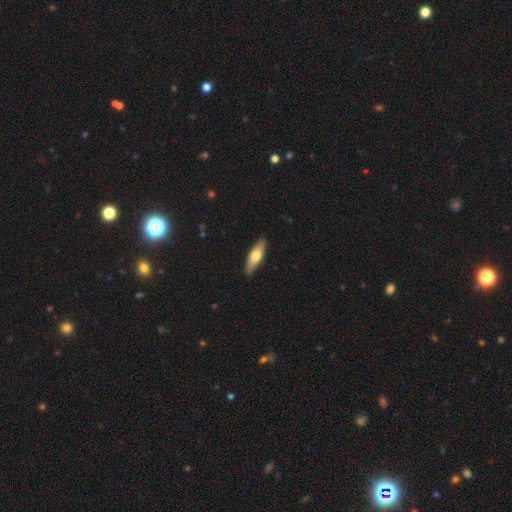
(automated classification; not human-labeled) smooth_or_featured: smooth (p=0.63) [alt: featured or disk p=0.32]
how_rounded: cigar-shaped (p=0.50) [alt: in between p=0.48]
merging: none (p=0.86) [alt: minor disturbance p=0.11]